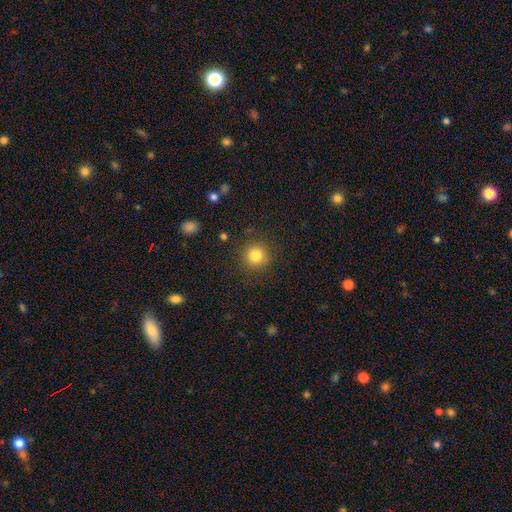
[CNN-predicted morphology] This appears to be a smooth galaxy with no disk features (82%) that is round (93%). Merging: none (88%).